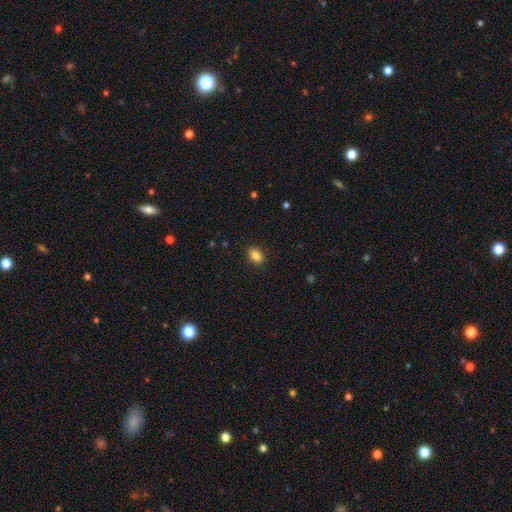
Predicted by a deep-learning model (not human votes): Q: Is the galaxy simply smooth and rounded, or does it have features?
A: smooth — 86%.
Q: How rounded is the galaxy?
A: in between — 77%.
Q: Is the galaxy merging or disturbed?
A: none — 88%.